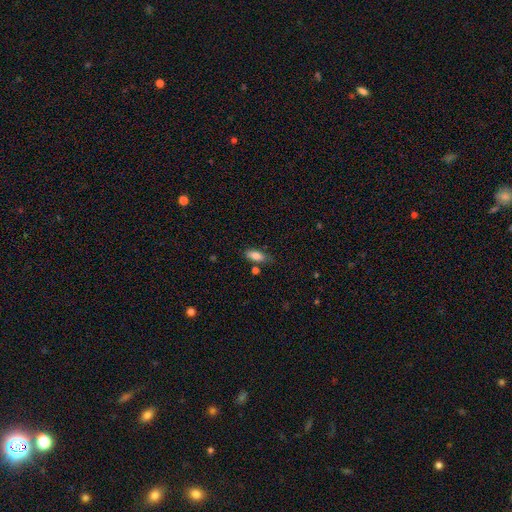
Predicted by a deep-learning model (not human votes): smooth 82%, featured or disk 10%, star or artifact 7%. Down the decision tree: how rounded — in between (81%); merging — none (70%).